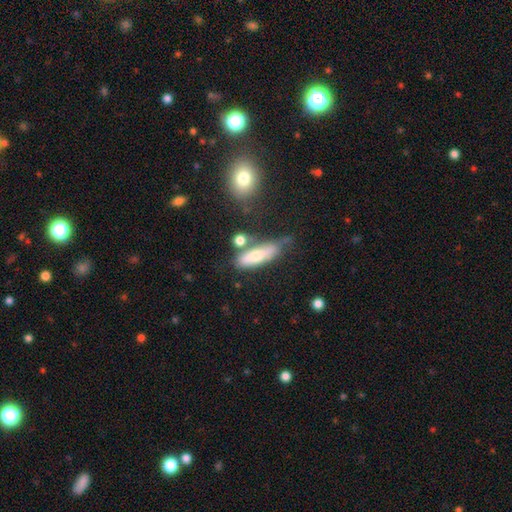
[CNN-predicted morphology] Smooth or featured? Predicted: smooth (p=0.59). How rounded? Predicted: cigar-shaped (p=0.51). Merging? Predicted: none (p=0.48).